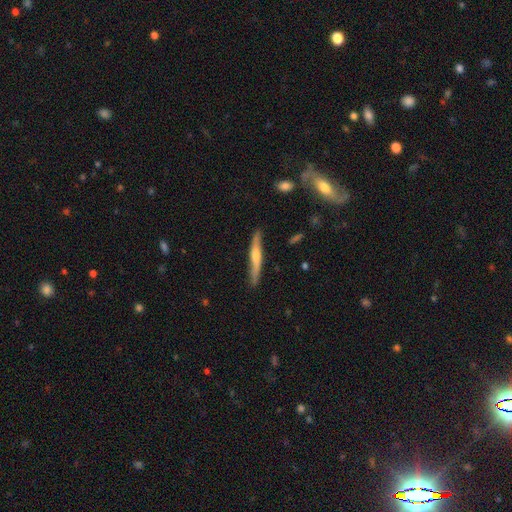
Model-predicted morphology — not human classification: smooth-or-featured: featured or disk: 61% | smooth: 34% | star or artifact: 5%
  disk-edge-on: yes: 93% | no: 7%
    edge-on-bulge: rounded: 73% | none: 18% | boxy: 9%
  merging: none: 84% | minor disturbance: 13% | major disturbance: 2% | merger: 2%